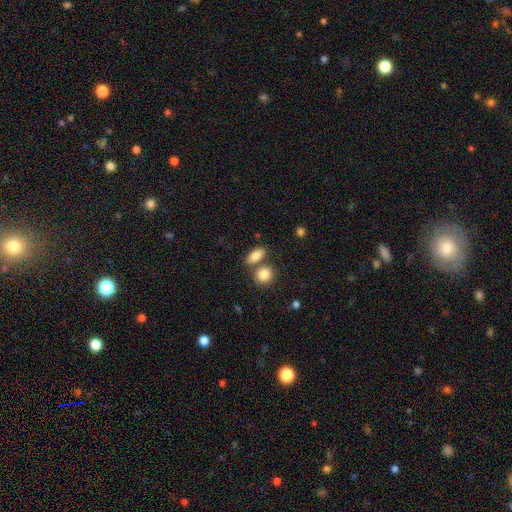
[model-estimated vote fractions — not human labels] A smooth galaxy with no disk features (84%) that is in between round and cigar-shaped (80%).

Vote fractions:
- Smooth or featured? smooth: 84% / featured or disk: 9% / star or artifact: 8%
- How rounded? in between: 80% / round: 14% / cigar-shaped: 6%
- Merging? none: 59% / merger: 28% / minor disturbance: 10% / major disturbance: 3%